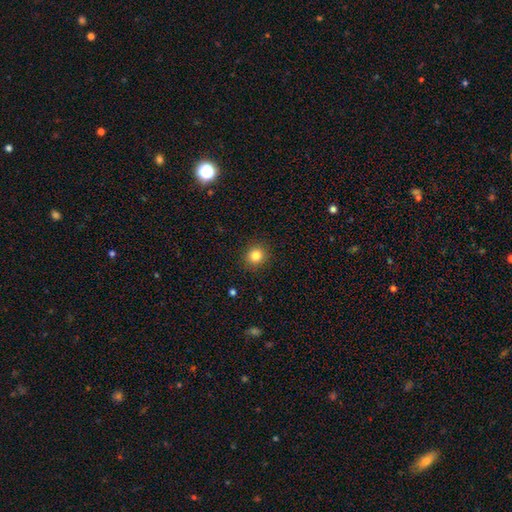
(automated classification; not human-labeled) Smooth or featured?
  - smooth: 83% *
  - star or artifact: 11%
  - featured or disk: 6%
How rounded?
  - round: 88% *
  - in between: 11%
  - cigar-shaped: 1%
Merging?
  - none: 91% *
  - minor disturbance: 6%
  - major disturbance: 2%
  - merger: 1%